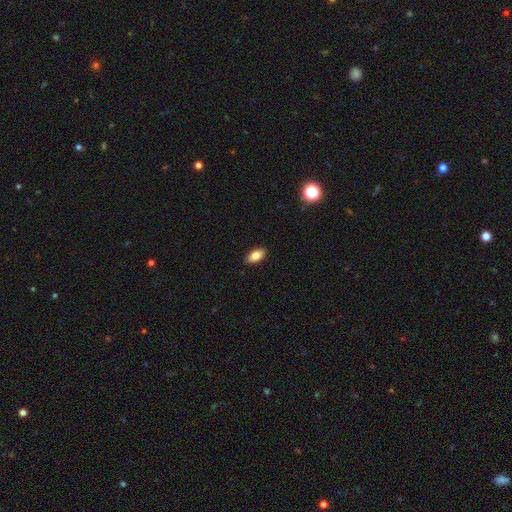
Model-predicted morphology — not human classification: Smooth or featured? Predicted: smooth (p=0.84). How rounded? Predicted: in between (p=0.91). Merging? Predicted: none (p=0.90).